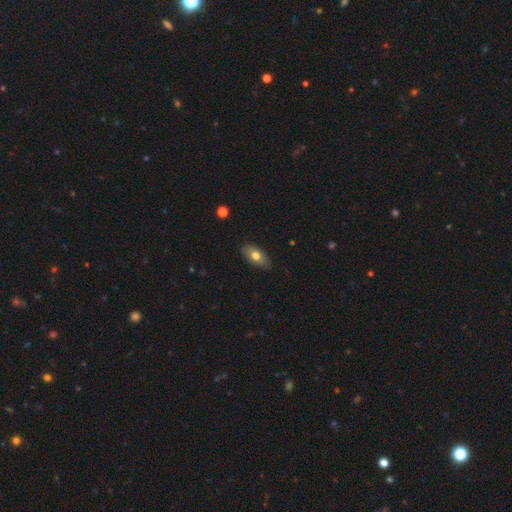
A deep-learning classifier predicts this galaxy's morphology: A smooth galaxy with no disk features (71%) that is in between round and cigar-shaped (90%).

Vote fractions:
- Smooth or featured? smooth: 71% / featured or disk: 22% / star or artifact: 7%
- How rounded? in between: 90% / round: 6% / cigar-shaped: 4%
- Merging? none: 85% / minor disturbance: 12% / major disturbance: 2% / merger: 1%